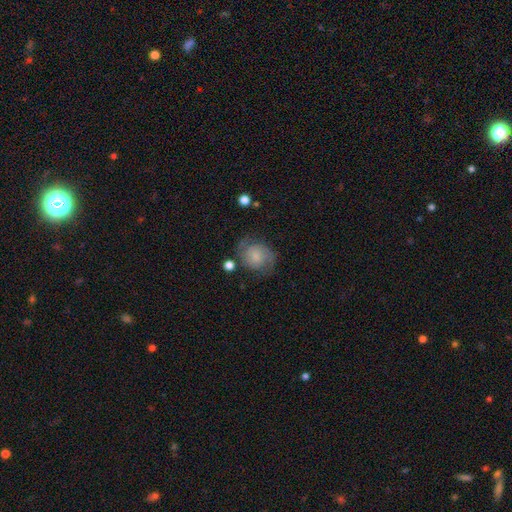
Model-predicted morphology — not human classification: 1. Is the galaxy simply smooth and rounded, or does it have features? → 55% featured or disk, 36% smooth, 9% star or artifact.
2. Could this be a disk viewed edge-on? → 98% no, 2% yes.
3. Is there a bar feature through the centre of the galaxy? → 67% no, 28% weak, 5% strong.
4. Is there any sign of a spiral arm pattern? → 89% yes, 11% no.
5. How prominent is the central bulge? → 47% small, 24% none, 21% moderate, 6% large, 2% dominant.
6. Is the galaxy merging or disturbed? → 65% none, 21% minor disturbance, 11% major disturbance, 4% merger.